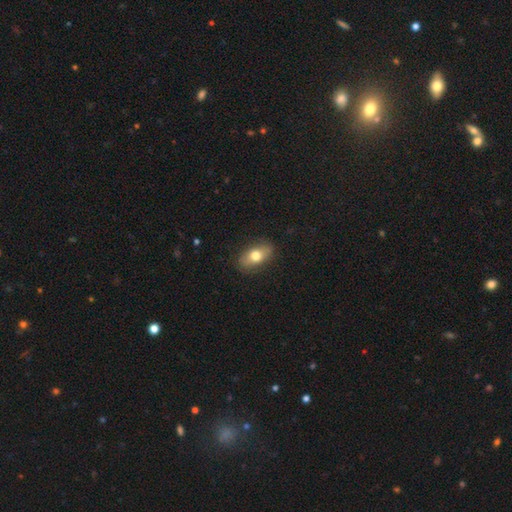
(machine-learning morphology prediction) Overall: smooth (71%). How rounded: in between (86%). Merging: none (83%).